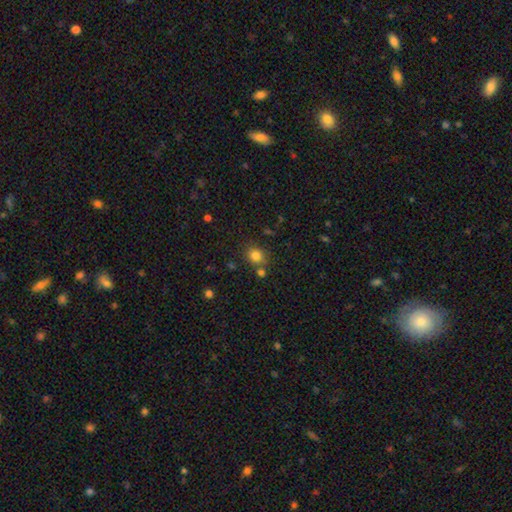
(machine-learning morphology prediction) type=smooth (81%); roundness=round (77%); merging=none (73%).